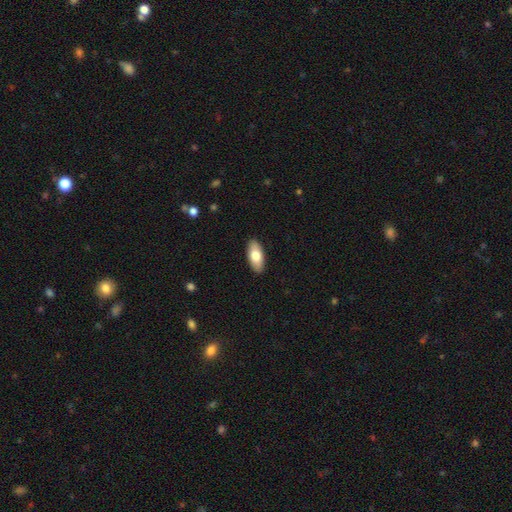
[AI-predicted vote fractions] smooth 77%, featured or disk 18%, star or artifact 6%. Down the decision tree: how rounded — in between (88%); merging — none (90%).